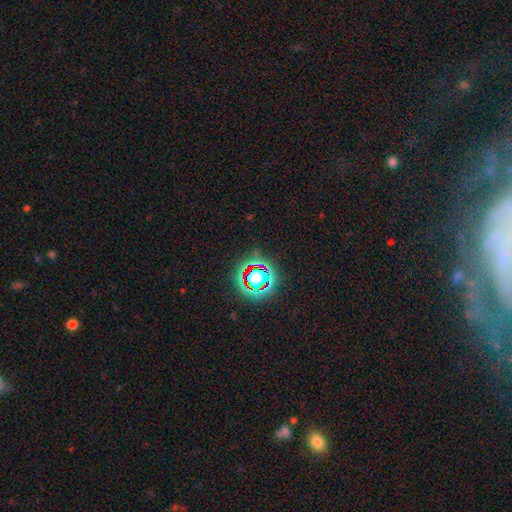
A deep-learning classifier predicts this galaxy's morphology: A star or artifact, not a galaxy (80%).